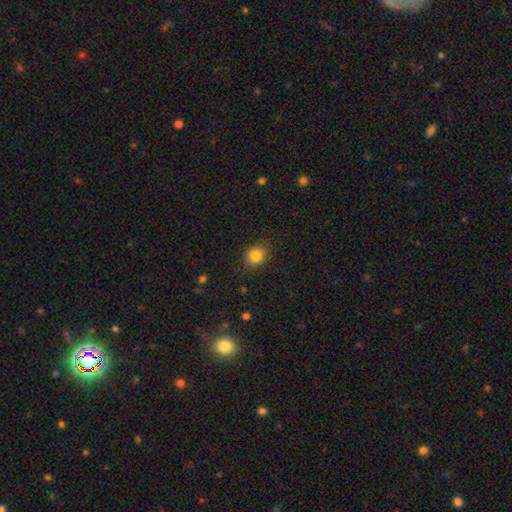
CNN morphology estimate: The model was most divided on "how rounded": round: 61%, in between: 38%, cigar-shaped: 1%. More confident: smooth or featured — smooth (84%); merging — none (82%).